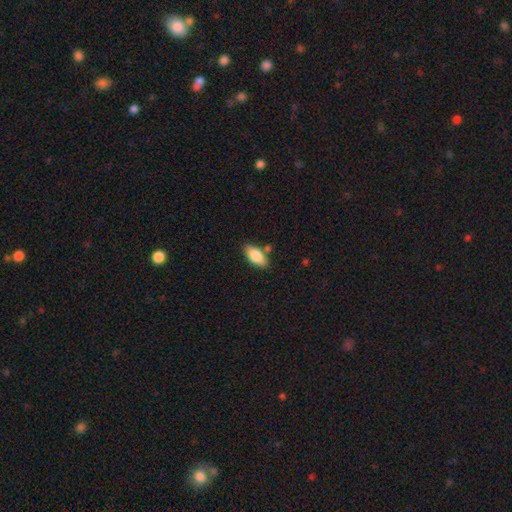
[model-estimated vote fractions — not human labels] The model was most divided on "merging": none: 77%, minor disturbance: 13%, merger: 7%, major disturbance: 3%. More confident: how rounded — in between (89%); smooth or featured — smooth (82%).